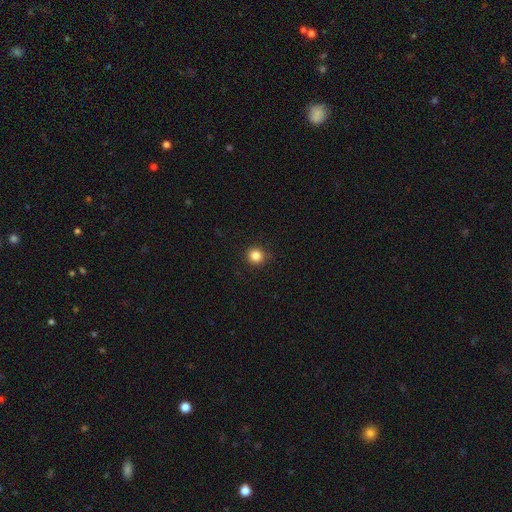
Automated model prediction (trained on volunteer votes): This appears to be a smooth galaxy with no disk features (85%) that is round (93%). Merging: none (90%).